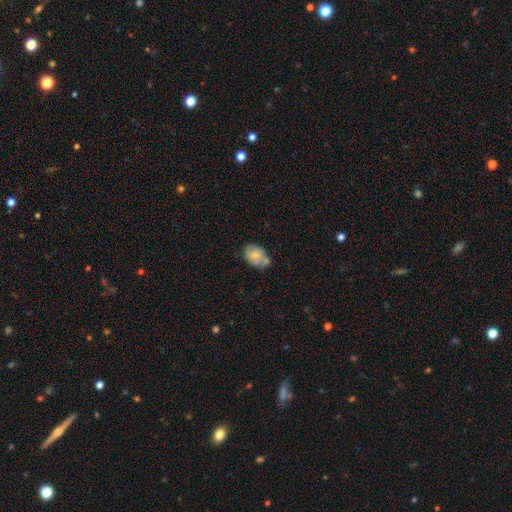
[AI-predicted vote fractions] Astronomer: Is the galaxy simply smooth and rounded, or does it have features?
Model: smooth — 69%.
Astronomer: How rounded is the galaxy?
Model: in between — 79%.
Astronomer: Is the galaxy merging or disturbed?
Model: none — 48% (runner-up: minor disturbance, 28%).